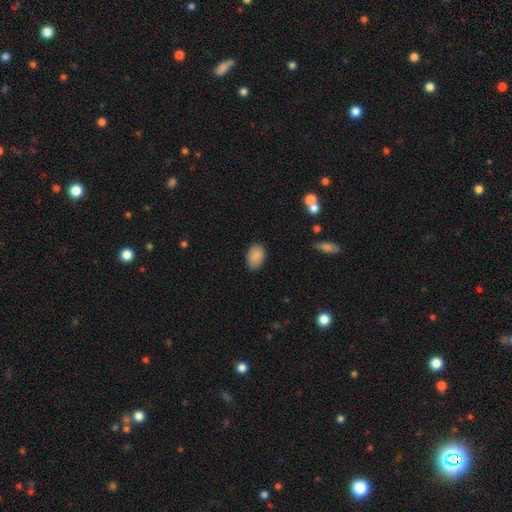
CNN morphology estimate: Smooth or featured? Predicted: smooth (p=0.88). How rounded? Predicted: in between (p=0.87). Merging? Predicted: none (p=0.82).